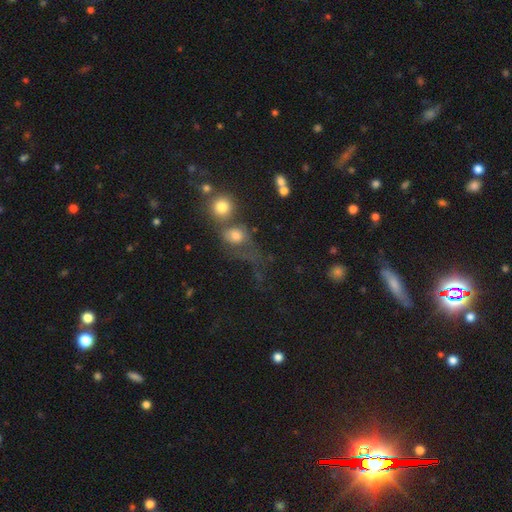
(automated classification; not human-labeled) The model was most divided on "merging" (2-way tie): none: 37%, merger: 37%, major disturbance: 13%, minor disturbance: 13%. Remaining: smooth or featured — smooth (43%).